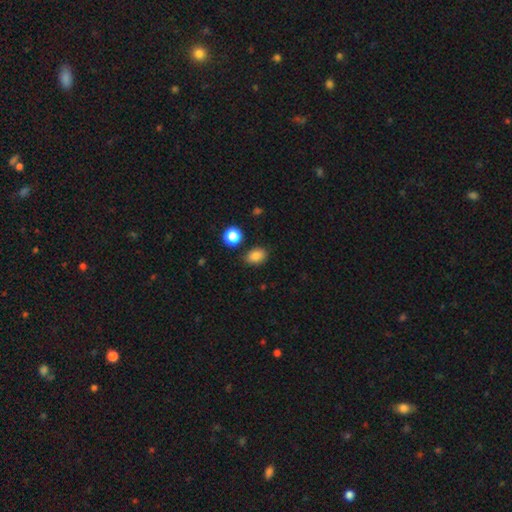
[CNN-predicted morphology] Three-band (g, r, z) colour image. It shows a smooth galaxy with no disk features (84%) that is in between round and cigar-shaped (73%). Merging: none (82%).